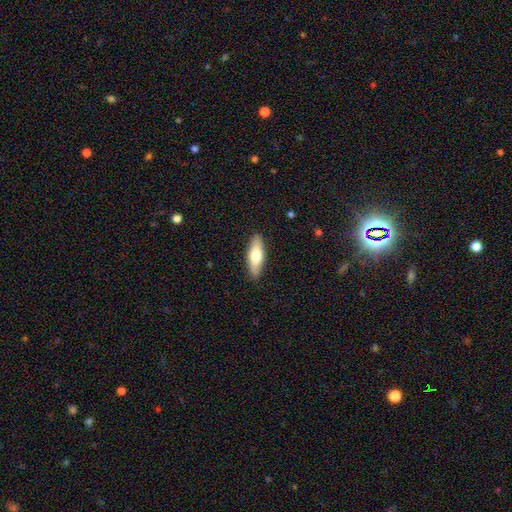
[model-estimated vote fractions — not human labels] The model was most divided on "how rounded": in between: 53%, cigar-shaped: 45%, round: 2%. More confident: merging — none (88%); smooth or featured — smooth (69%).